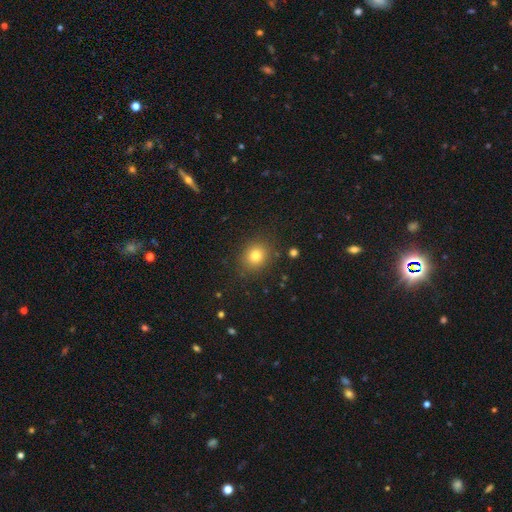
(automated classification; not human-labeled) Smooth or featured: smooth — 79% (star or artifact — 13%)
How rounded: round — 75% (in between — 25%)
Merging: none — 87% (minor disturbance — 9%)